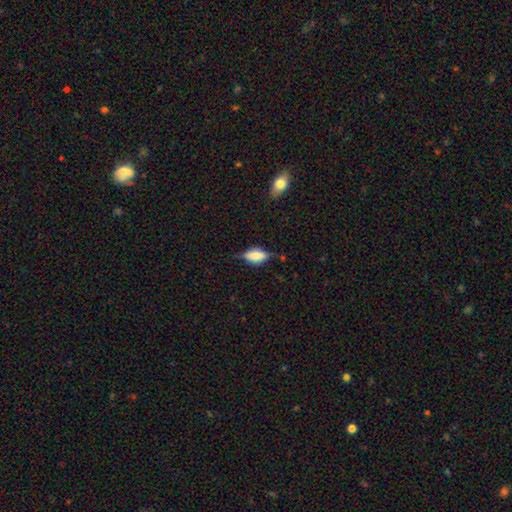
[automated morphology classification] The model was most divided on "smooth or featured": smooth: 46%, featured or disk: 44%, star or artifact: 10%. More confident: merging — none (67%).